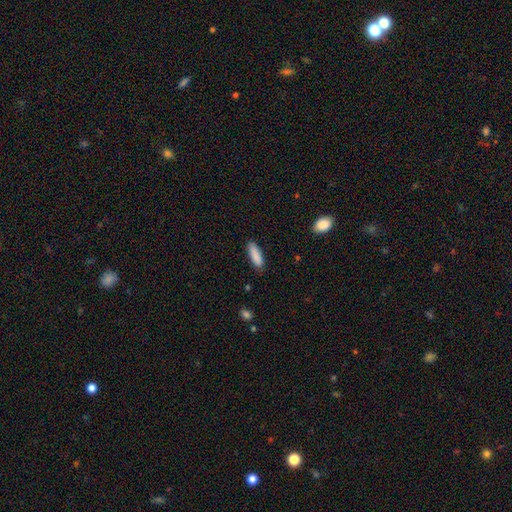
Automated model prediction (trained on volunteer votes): This appears to be a smooth galaxy with no disk features (89%) that is cigar-shaped (52%). Merging: none (85%).